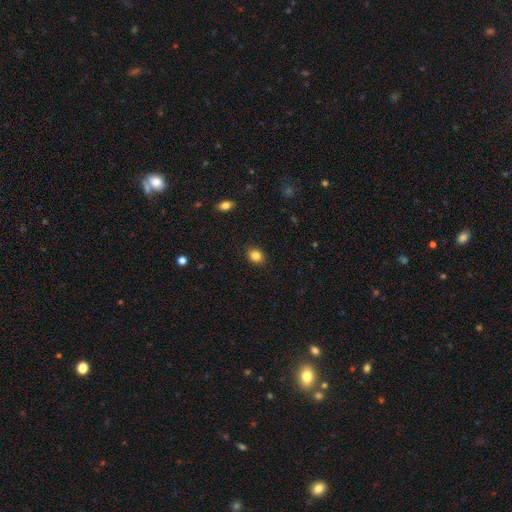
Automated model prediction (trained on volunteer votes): smooth-or-featured: smooth: 84% | star or artifact: 11% | featured or disk: 6%
  how-rounded: round: 58% | in between: 41% | cigar-shaped: 1%
  merging: none: 90% | minor disturbance: 7% | major disturbance: 2% | merger: 1%